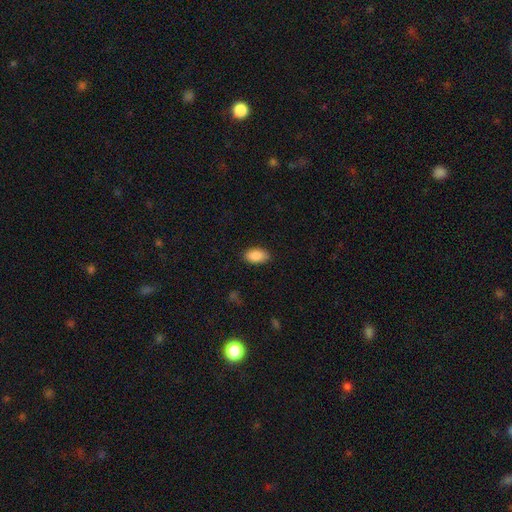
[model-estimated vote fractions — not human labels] Smooth or featured? Predicted: smooth (p=0.90). How rounded? Predicted: in between (p=0.93). Merging? Predicted: none (p=0.85).